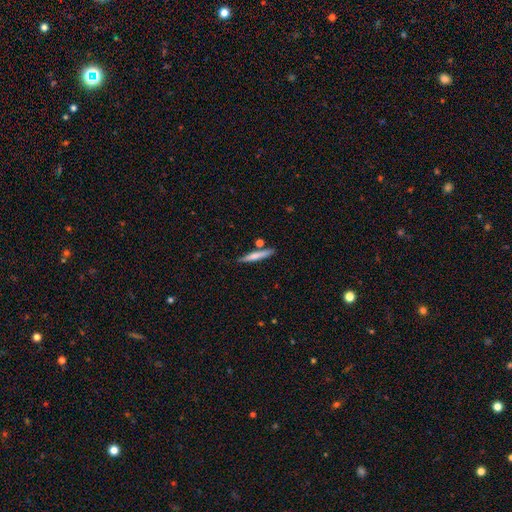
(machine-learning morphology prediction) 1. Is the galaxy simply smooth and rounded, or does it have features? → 65% smooth, 29% featured or disk, 6% star or artifact.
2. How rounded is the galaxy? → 93% cigar-shaped, 5% in between, 2% round.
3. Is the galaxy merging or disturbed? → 80% none, 11% minor disturbance, 6% merger, 2% major disturbance.